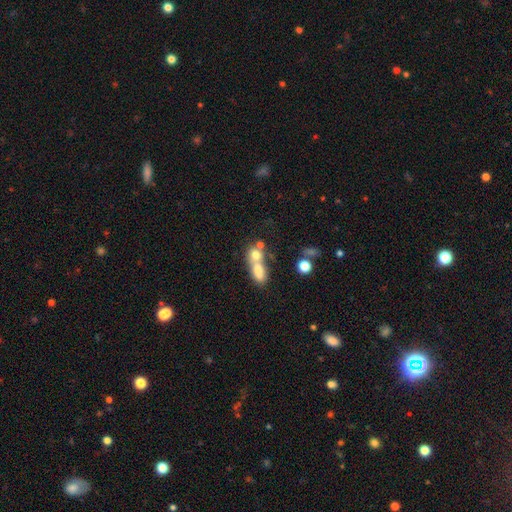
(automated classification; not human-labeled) Smooth or featured? smooth (57%)
How rounded? in between (56%)
Merging? merger (50%)